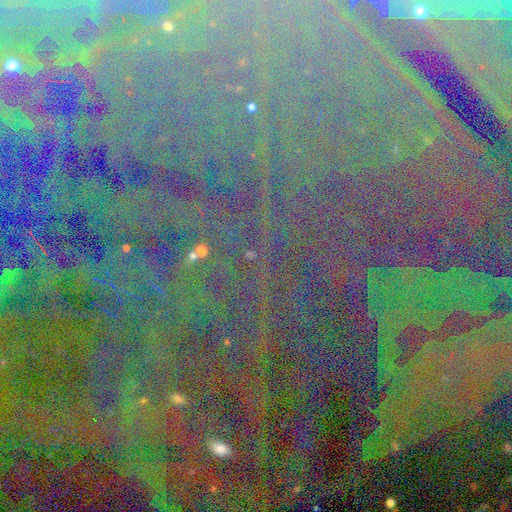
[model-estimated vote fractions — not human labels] smooth_or_featured: star or artifact (p=0.86) [alt: featured or disk p=0.07]